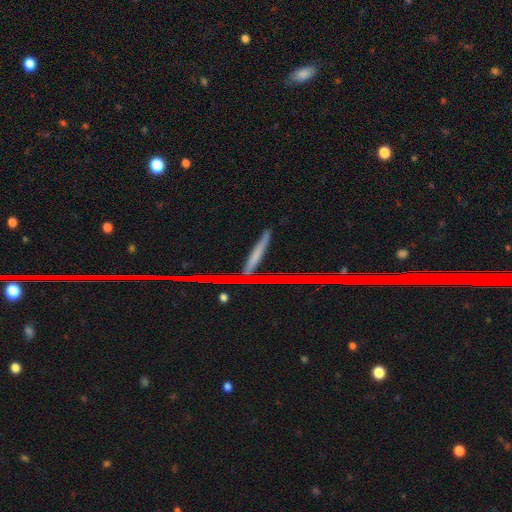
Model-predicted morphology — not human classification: Smooth or featured?
  - star or artifact: 40% *
  - featured or disk: 33%
  - smooth: 27%